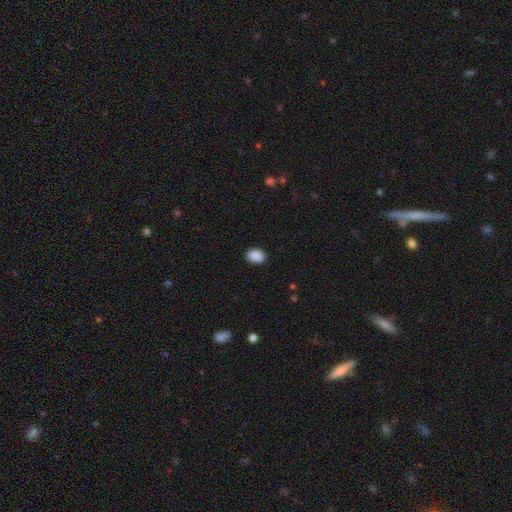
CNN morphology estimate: Smooth or featured: smooth — 90% (star or artifact — 8%)
How rounded: in between — 65% (round — 34%)
Merging: none — 90% (minor disturbance — 7%)